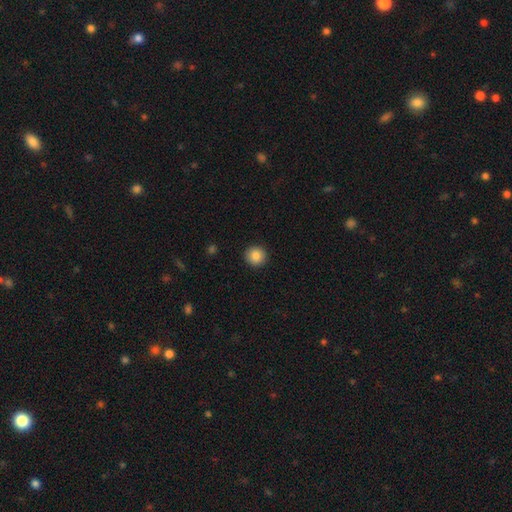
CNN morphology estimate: Q: Smooth or featured?
A: smooth (86%); runner-up: star or artifact (9%)
Q: How rounded?
A: round (94%); runner-up: in between (5%)
Q: Merging?
A: none (92%); runner-up: minor disturbance (5%)